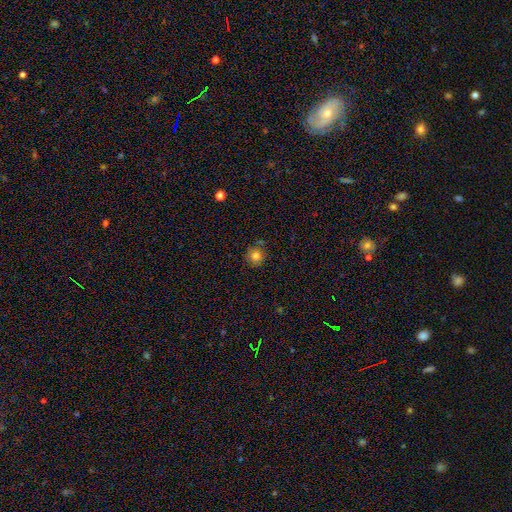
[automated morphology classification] Smooth or featured?
  - smooth: 78% *
  - star or artifact: 12%
  - featured or disk: 10%
How rounded?
  - round: 91% *
  - in between: 8%
  - cigar-shaped: 1%
Merging?
  - none: 80% *
  - minor disturbance: 13%
  - merger: 4%
  - major disturbance: 3%